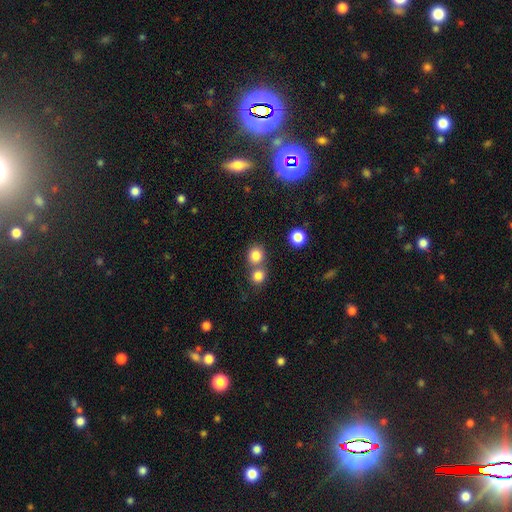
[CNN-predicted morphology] smooth-or-featured: smooth: 81% | star or artifact: 12% | featured or disk: 6%
  how-rounded: round: 83% | in between: 16% | cigar-shaped: 1%
  merging: none: 54% | merger: 37% | minor disturbance: 6% | major disturbance: 3%